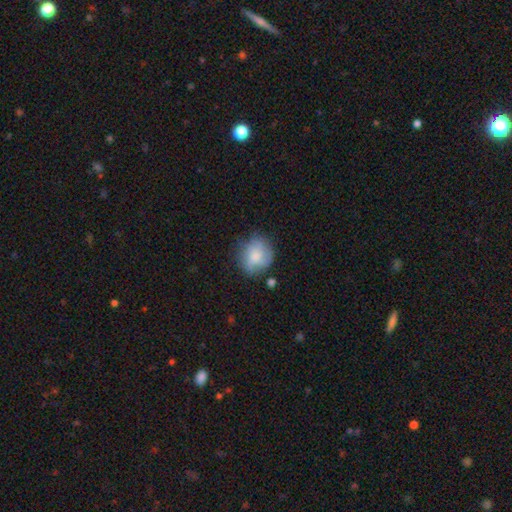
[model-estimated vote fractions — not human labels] This is likely a smooth galaxy (61%). How rounded: likely round (79%). Merging: likely none (66%).